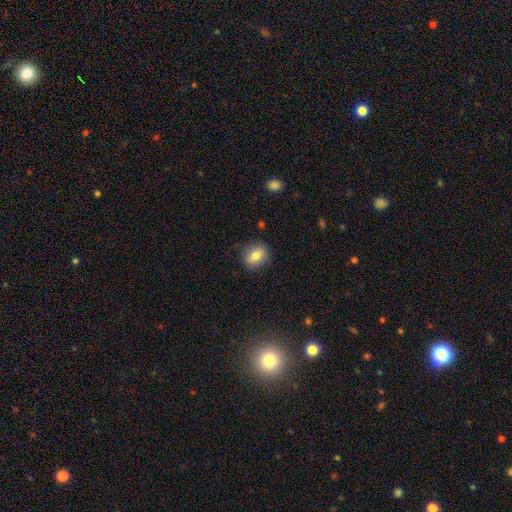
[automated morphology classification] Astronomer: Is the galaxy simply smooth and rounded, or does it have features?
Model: smooth — 76%.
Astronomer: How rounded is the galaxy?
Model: round — 56% (runner-up: in between, 43%).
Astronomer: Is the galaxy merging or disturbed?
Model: none — 84%.